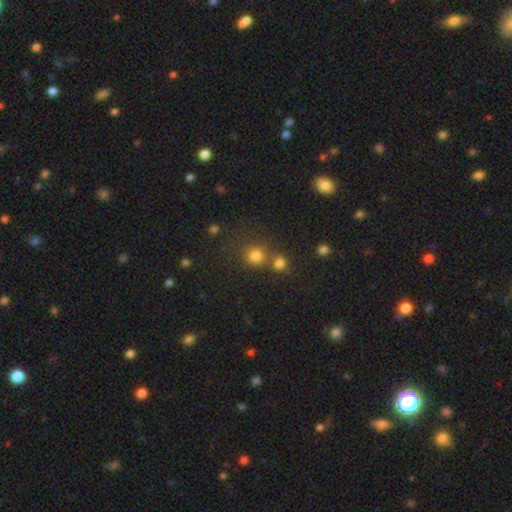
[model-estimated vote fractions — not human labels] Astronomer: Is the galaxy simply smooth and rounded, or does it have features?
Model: smooth — 77%.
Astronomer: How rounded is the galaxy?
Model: round — 88%.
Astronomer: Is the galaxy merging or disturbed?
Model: none — 55% (runner-up: merger, 33%).